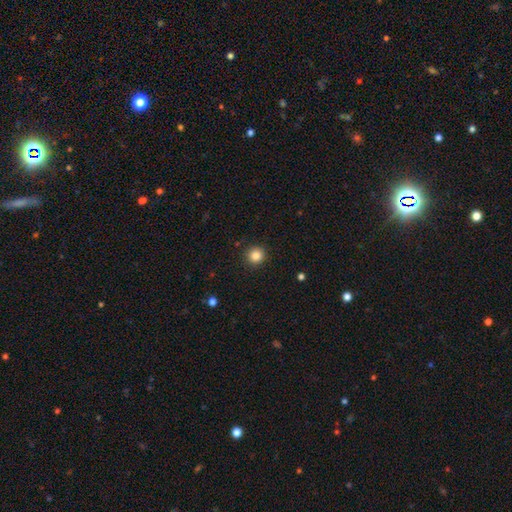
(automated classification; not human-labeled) This appears to be a smooth galaxy with no disk features (85%) that is round (93%). Merging: none (91%).